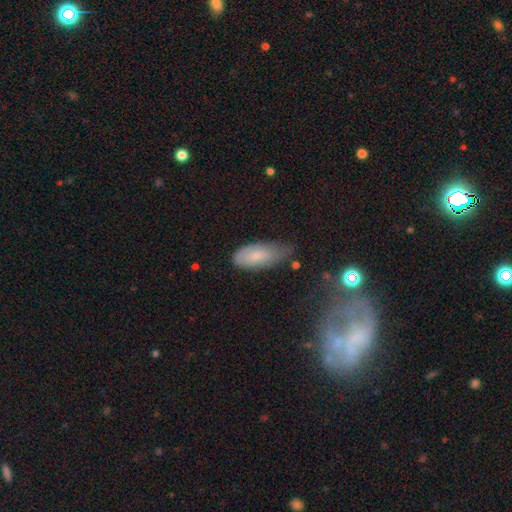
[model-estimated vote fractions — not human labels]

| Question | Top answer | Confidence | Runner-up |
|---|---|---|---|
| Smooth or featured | smooth | 70% | featured or disk (23%) |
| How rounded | in between | 85% | cigar-shaped (12%) |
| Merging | none | 45% | minor disturbance (42%) |